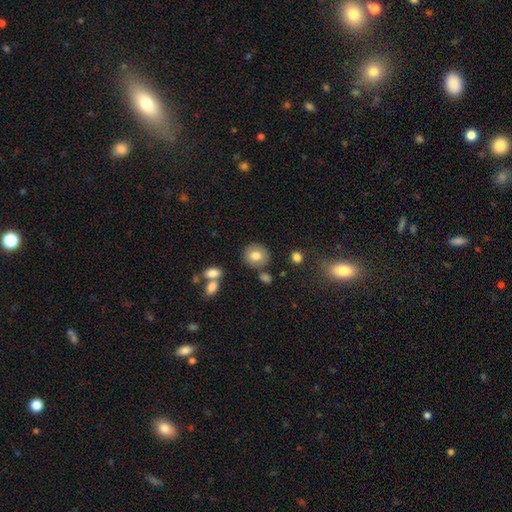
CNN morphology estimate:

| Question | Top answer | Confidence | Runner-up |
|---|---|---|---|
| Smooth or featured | smooth | 78% | featured or disk (13%) |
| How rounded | round | 75% | in between (24%) |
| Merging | none | 79% | minor disturbance (11%) |